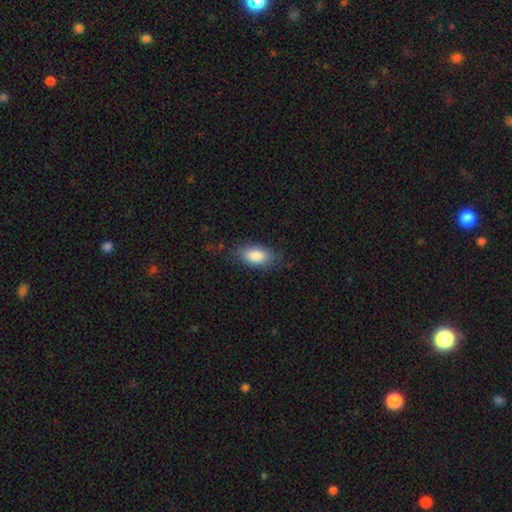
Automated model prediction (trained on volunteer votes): smooth-or-featured: smooth: 87% | star or artifact: 7% | featured or disk: 6%
  how-rounded: in between: 92% | cigar-shaped: 5% | round: 4%
  merging: none: 77% | minor disturbance: 17% | major disturbance: 6% | merger: 1%